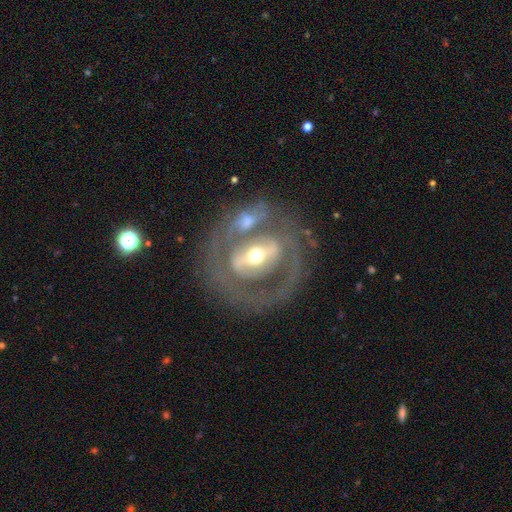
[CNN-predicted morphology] featured or disk 78%, smooth 16%, star or artifact 6%. Down the decision tree: edge-on disk — no (94%); bar — strong (52%); spiral arms — yes (58%); bulge size — moderate (70%); merging — none (50%).